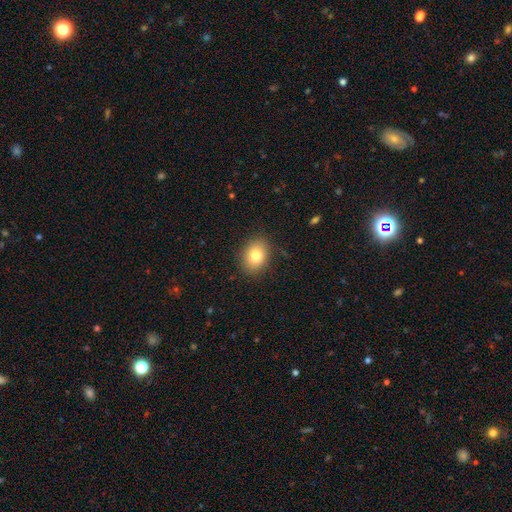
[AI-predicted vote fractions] Smooth or featured? smooth (80%)
How rounded? in between (59%)
Merging? none (87%)